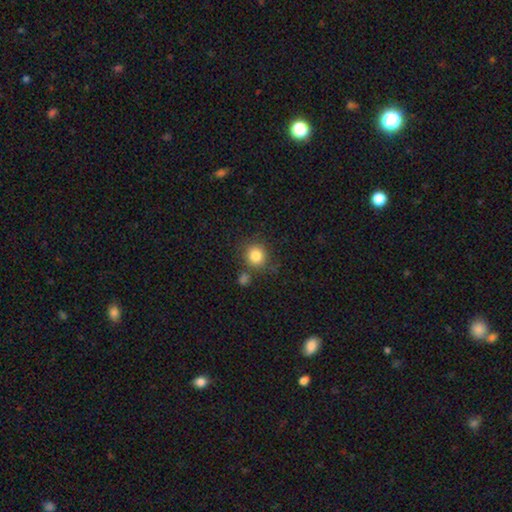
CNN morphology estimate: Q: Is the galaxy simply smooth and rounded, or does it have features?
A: smooth — 83%.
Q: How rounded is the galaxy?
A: round — 89%.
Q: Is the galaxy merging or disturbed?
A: none — 76%.